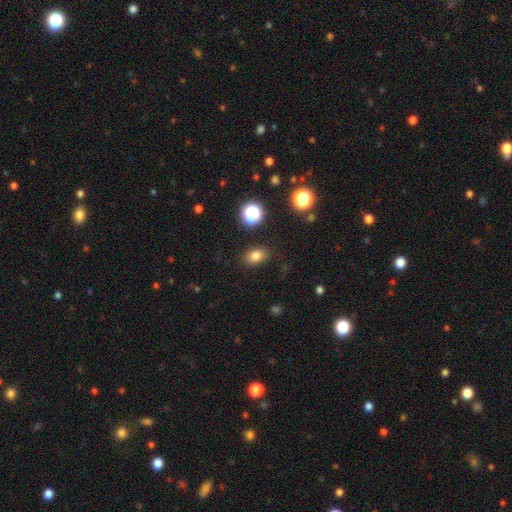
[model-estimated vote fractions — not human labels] Q: Smooth or featured?
A: smooth (79%); runner-up: star or artifact (14%)
Q: How rounded?
A: in between (73%); runner-up: round (25%)
Q: Merging?
A: none (85%); runner-up: minor disturbance (10%)